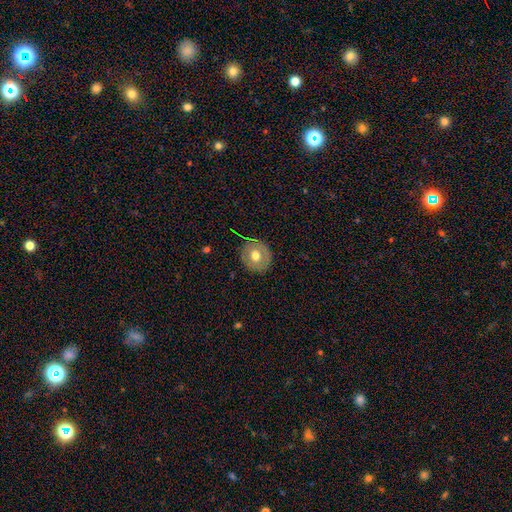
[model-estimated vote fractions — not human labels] smooth-or-featured: smooth: 56% | featured or disk: 36% | star or artifact: 8%
  how-rounded: round: 86% | in between: 13% | cigar-shaped: 1%
  merging: none: 83% | minor disturbance: 12% | major disturbance: 3% | merger: 2%